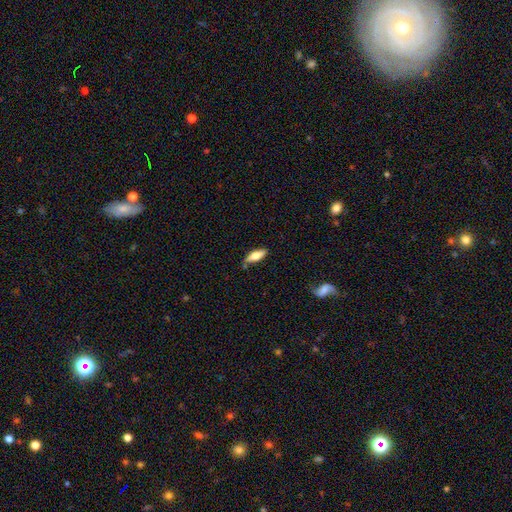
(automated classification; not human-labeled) smooth 65%, featured or disk 28%, star or artifact 6%. Down the decision tree: how rounded — in between (57%); merging — none (78%).